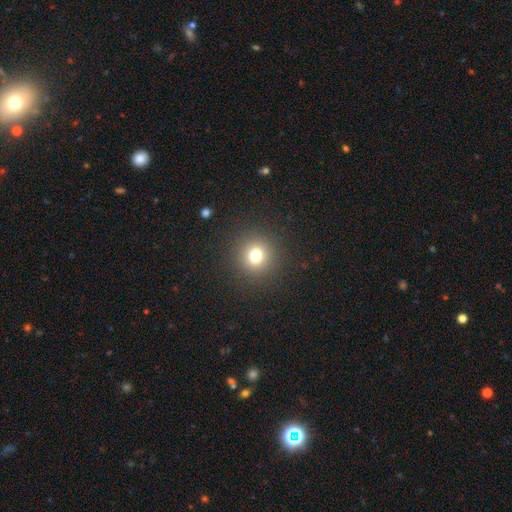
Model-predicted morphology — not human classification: A smooth galaxy with no disk features (75%) that is round (94%).

Vote fractions:
- Smooth or featured? smooth: 75% / star or artifact: 16% / featured or disk: 9%
- How rounded? round: 94% / in between: 5% / cigar-shaped: 1%
- Merging? none: 90% / minor disturbance: 5% / major disturbance: 3% / merger: 1%